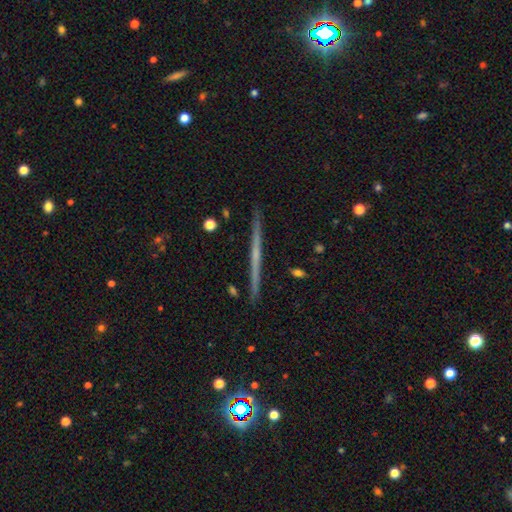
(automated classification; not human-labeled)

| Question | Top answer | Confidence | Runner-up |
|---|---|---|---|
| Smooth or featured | featured or disk | 68% | smooth (25%) |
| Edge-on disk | yes | 98% | no (2%) |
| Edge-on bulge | none | 75% | rounded (20%) |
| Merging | none | 93% | minor disturbance (5%) |